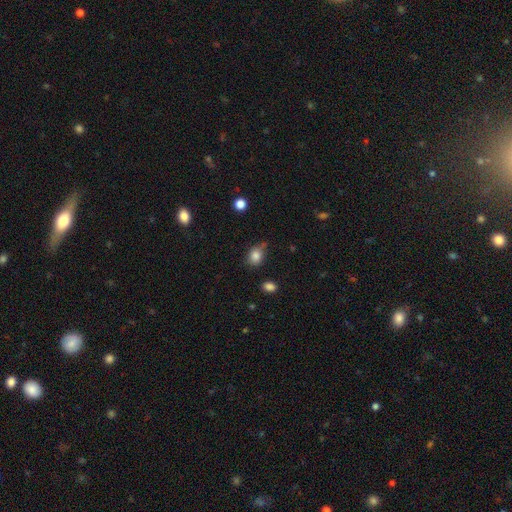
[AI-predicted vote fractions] Morphology: type=smooth (84%); roundness=in between (57%); merging=none (53%).